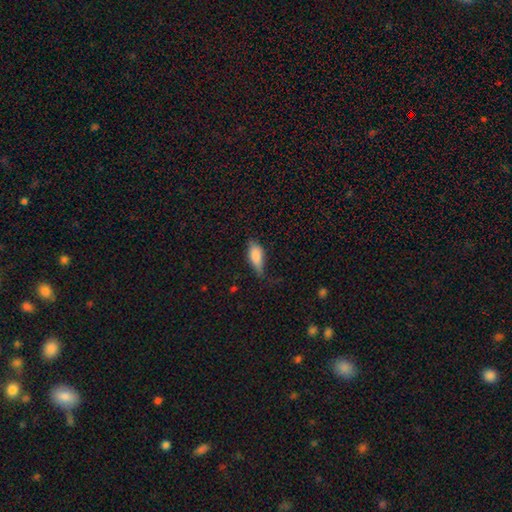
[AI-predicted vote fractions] The model was most divided on "merging": none: 46%, minor disturbance: 37%, major disturbance: 14%, merger: 2%. More confident: how rounded — in between (80%); smooth or featured — smooth (79%).